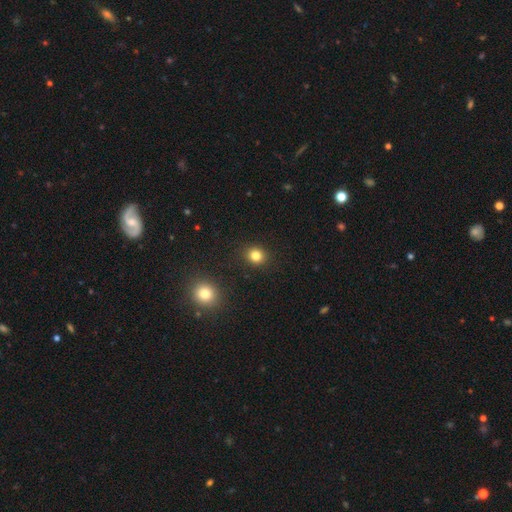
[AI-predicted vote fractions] Overall: smooth (83%). How rounded: round (78%). Merging: none (90%).